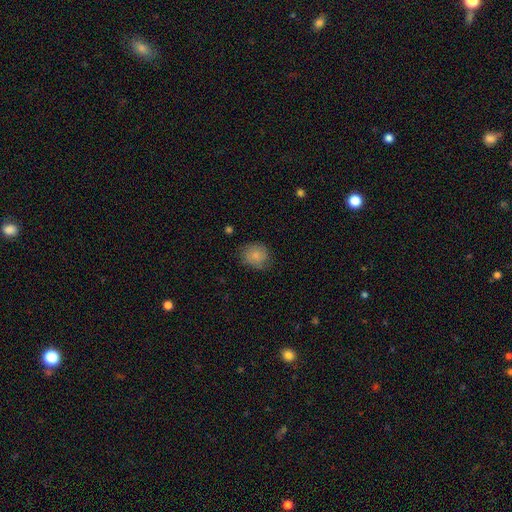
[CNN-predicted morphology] smooth 84%, star or artifact 8%, featured or disk 8%. Down the decision tree: how rounded — round (73%); merging — none (74%).